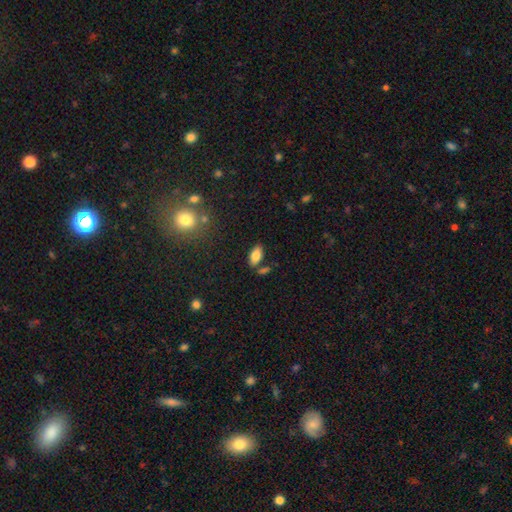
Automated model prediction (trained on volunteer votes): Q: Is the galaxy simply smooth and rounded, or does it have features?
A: smooth — 80%.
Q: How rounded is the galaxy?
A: in between — 91%.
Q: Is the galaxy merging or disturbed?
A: none — 76%.